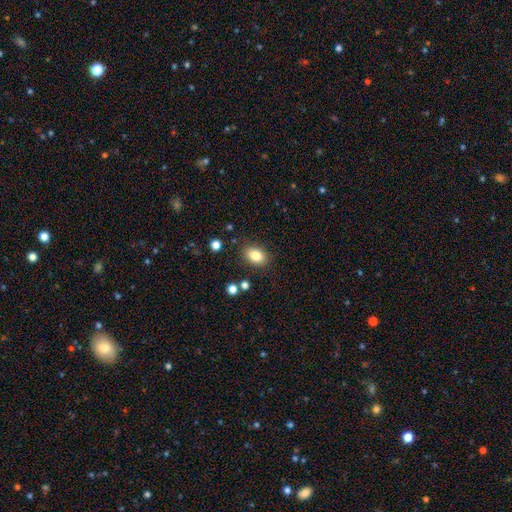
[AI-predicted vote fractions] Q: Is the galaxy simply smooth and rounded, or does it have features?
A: smooth — 83%.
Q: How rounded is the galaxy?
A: in between — 79%.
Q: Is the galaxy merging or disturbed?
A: none — 85%.